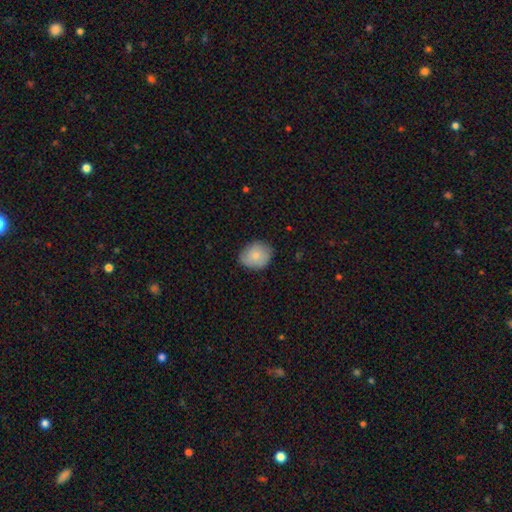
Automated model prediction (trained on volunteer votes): A smooth galaxy with no disk features (80%) that is round (58%).

Vote fractions:
- Smooth or featured? smooth: 80% / featured or disk: 13% / star or artifact: 7%
- How rounded? round: 58% / in between: 41% / cigar-shaped: 1%
- Merging? none: 76% / minor disturbance: 20% / major disturbance: 3% / merger: 1%